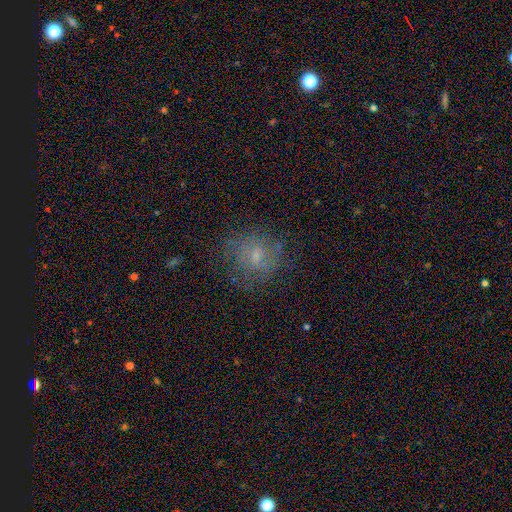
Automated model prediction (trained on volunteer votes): Q: Smooth or featured?
A: smooth (52%); runner-up: featured or disk (32%)
Q: How rounded?
A: round (72%); runner-up: in between (26%)
Q: Merging?
A: none (66%); runner-up: minor disturbance (19%)